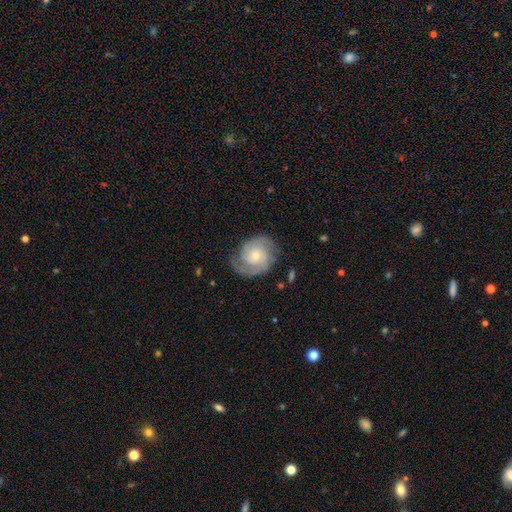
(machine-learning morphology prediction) This appears to be a featured or disk galaxy (82%) with no bar (69%), 2 (67%) tight (52%) spiral arms (96%) and a small central bulge (56%). Merging: none (75%).